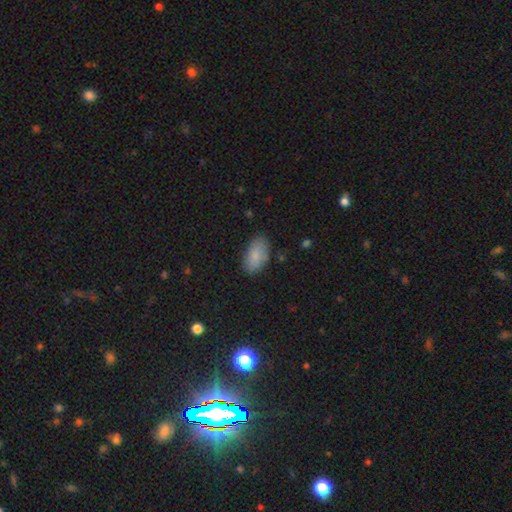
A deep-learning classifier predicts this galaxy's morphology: smooth-or-featured: smooth: 86% | featured or disk: 7% | star or artifact: 7%
  how-rounded: in between: 94% | round: 4% | cigar-shaped: 2%
  merging: none: 83% | minor disturbance: 12% | major disturbance: 3% | merger: 1%